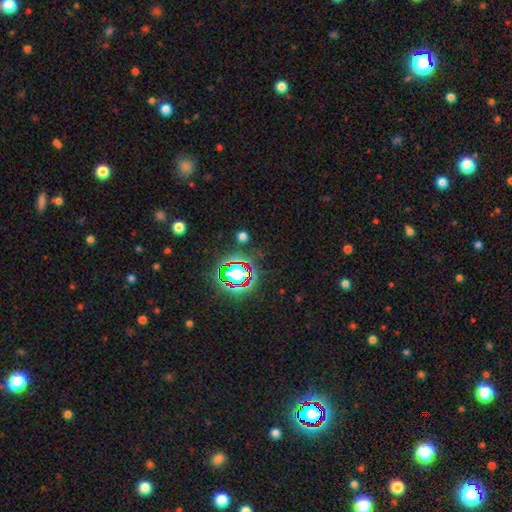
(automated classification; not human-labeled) This appears to be a star or artifact, not a galaxy (74%).